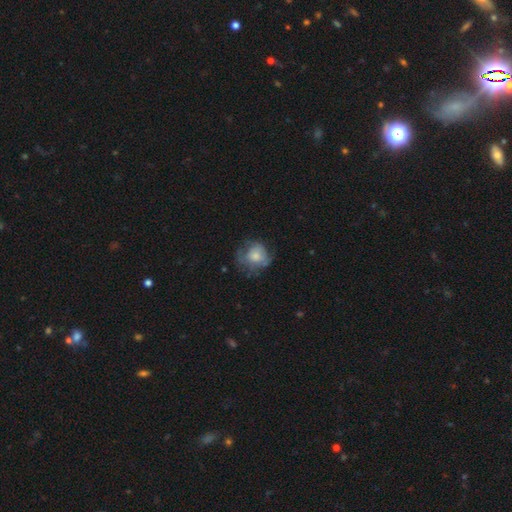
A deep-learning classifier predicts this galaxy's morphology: Overall: smooth (57%; featured or disk 34%). How rounded: round (74%). Merging: none (50%; minor disturbance 27%).